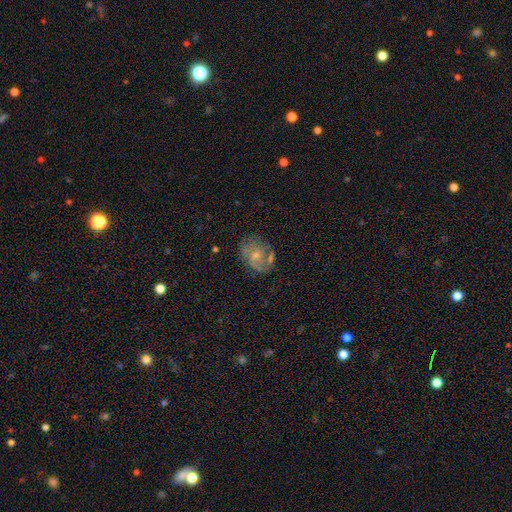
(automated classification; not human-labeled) A featured or disk galaxy (54%) with no bar (69%), spiral arms (57%) and a small central bulge (51%).

Vote fractions:
- Smooth or featured? featured or disk: 54% / smooth: 37% / star or artifact: 9%
- Edge-on disk? no: 97% / yes: 3%
- Bar? no: 69% / weak: 27% / strong: 5%
- Spiral arms? yes: 57% / no: 43%
- Bulge size? small: 51% / moderate: 42% / none: 4% / large: 2% / dominant: 1%
- Merging? none: 51% / minor disturbance: 23% / major disturbance: 13% / merger: 12%